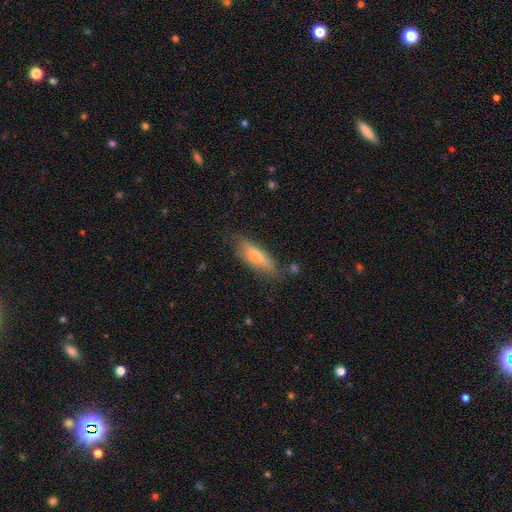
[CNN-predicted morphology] Q: Smooth or featured?
A: smooth (60%); runner-up: featured or disk (33%)
Q: How rounded?
A: cigar-shaped (57%); runner-up: in between (41%)
Q: Merging?
A: none (75%); runner-up: minor disturbance (18%)